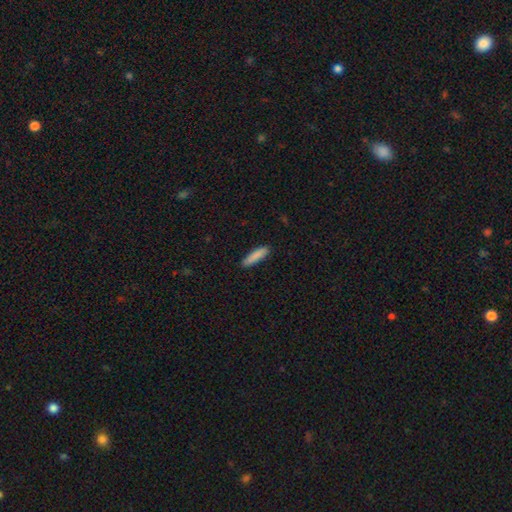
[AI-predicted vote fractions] The model was most divided on "how rounded": cigar-shaped: 75%, in between: 24%, round: 1%. More confident: smooth or featured — smooth (87%); merging — none (87%).